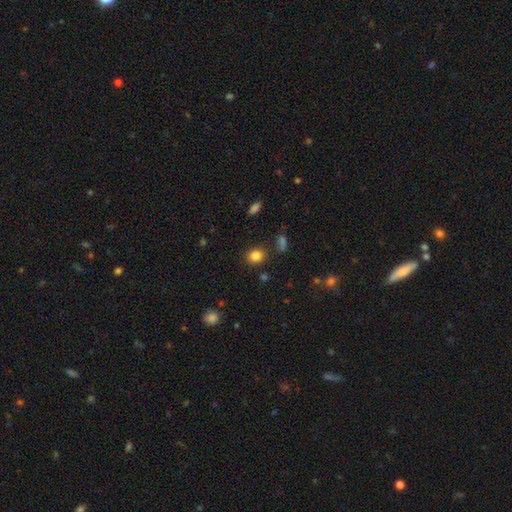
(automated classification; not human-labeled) Overall: smooth (84%). How rounded: round (67%; in between 31%). Merging: none (84%).